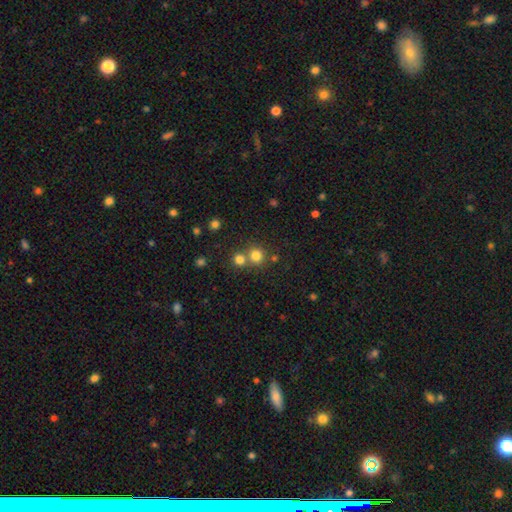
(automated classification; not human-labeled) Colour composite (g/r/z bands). It shows a smooth galaxy with no disk features (78%) that is round (91%). Merging: none (61%).